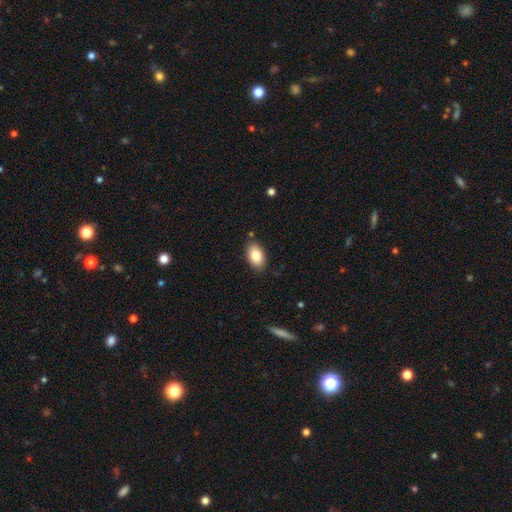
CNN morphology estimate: smooth_or_featured: smooth (p=0.84) [alt: featured or disk p=0.09]
how_rounded: in between (p=0.92) [alt: round p=0.07]
merging: none (p=0.84) [alt: minor disturbance p=0.12]